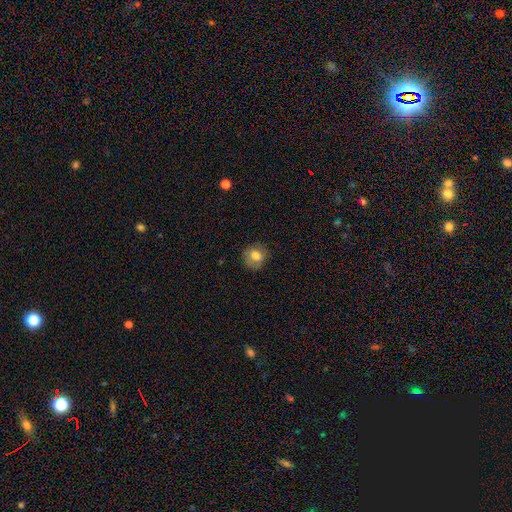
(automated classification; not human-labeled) smooth_or_featured: smooth (p=0.75) [alt: featured or disk p=0.16]
how_rounded: round (p=0.77) [alt: in between p=0.22]
merging: none (p=0.73) [alt: minor disturbance p=0.20]